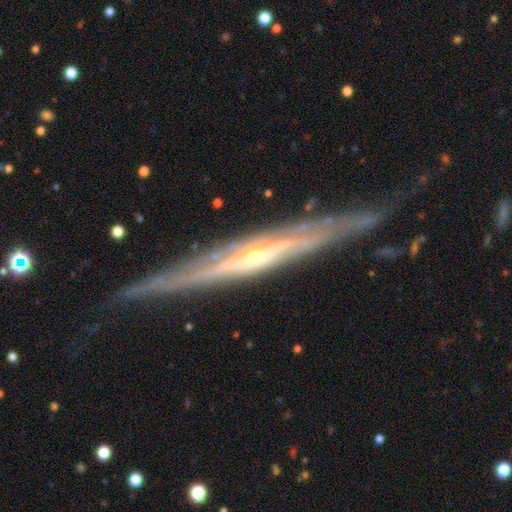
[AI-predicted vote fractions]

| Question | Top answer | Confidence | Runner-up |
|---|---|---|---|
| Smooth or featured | featured or disk | 86% | smooth (8%) |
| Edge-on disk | yes | 88% | no (12%) |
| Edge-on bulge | rounded | 58% | none (36%) |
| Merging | none | 75% | minor disturbance (18%) |